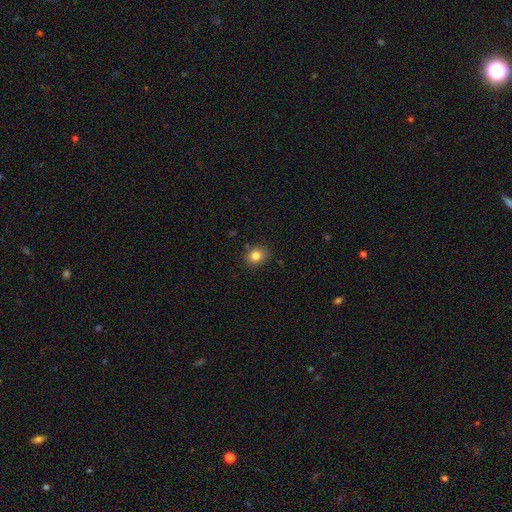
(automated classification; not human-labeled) This is clearly a smooth galaxy (83%). How rounded: likely round (69%). Merging: clearly none (86%).